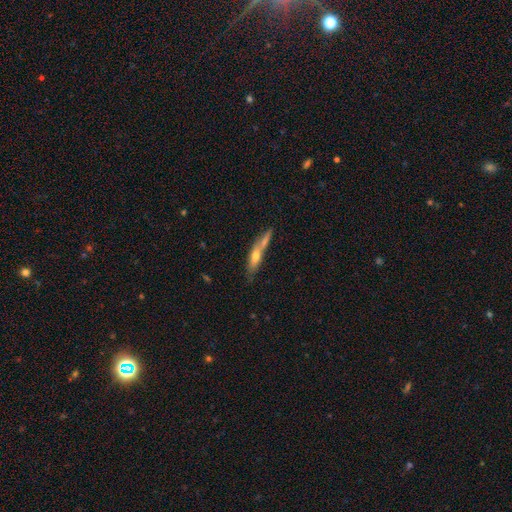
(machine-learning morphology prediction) smooth_or_featured: smooth (p=0.54) [alt: featured or disk p=0.39]
how_rounded: cigar-shaped (p=0.76) [alt: in between p=0.21]
merging: none (p=0.47) [alt: merger p=0.32]